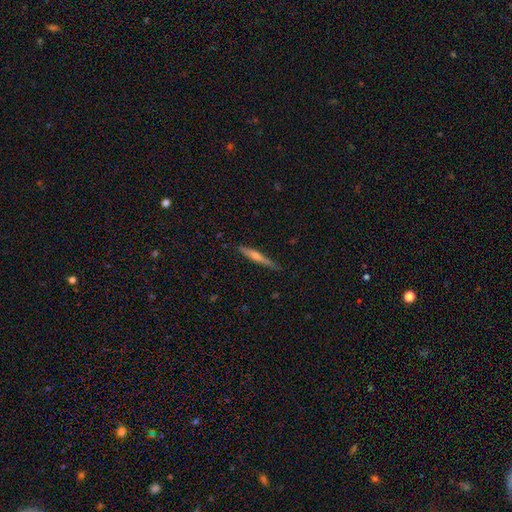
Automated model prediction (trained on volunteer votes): smooth_or_featured: featured or disk (p=0.60) [alt: smooth p=0.34]
disk_edge_on: yes (p=0.97) [alt: no p=0.03]
edge_on_bulge: rounded (p=0.74) [alt: none p=0.17]
merging: none (p=0.85) [alt: minor disturbance p=0.12]